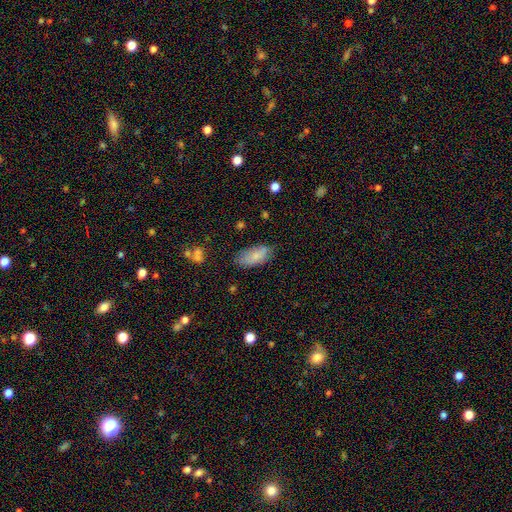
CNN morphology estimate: This appears to be a smooth galaxy with no disk features (78%) that is in between round and cigar-shaped (90%). Merging: none (70%).